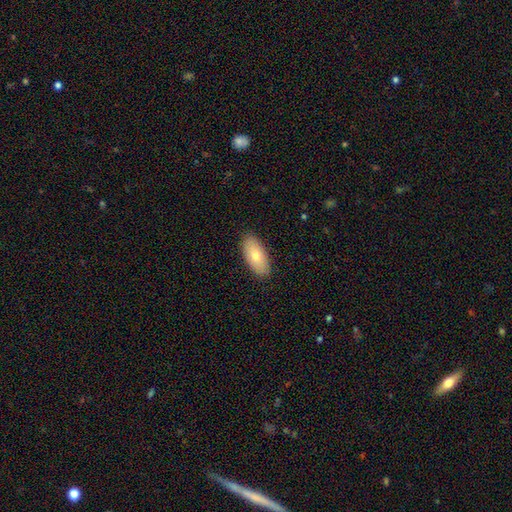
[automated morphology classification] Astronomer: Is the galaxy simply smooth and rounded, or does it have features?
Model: smooth — 78%.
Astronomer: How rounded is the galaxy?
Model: in between — 91%.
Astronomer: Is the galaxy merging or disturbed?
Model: none — 89%.